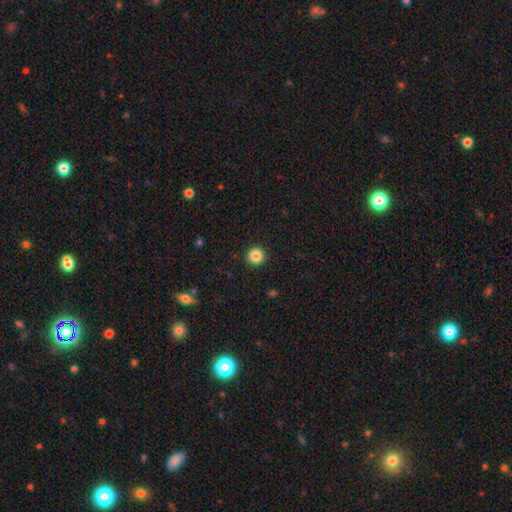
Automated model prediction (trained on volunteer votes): The model was most divided on "smooth or featured": smooth: 86%, star or artifact: 10%, featured or disk: 4%. More confident: how rounded — round (96%); merging — none (93%).